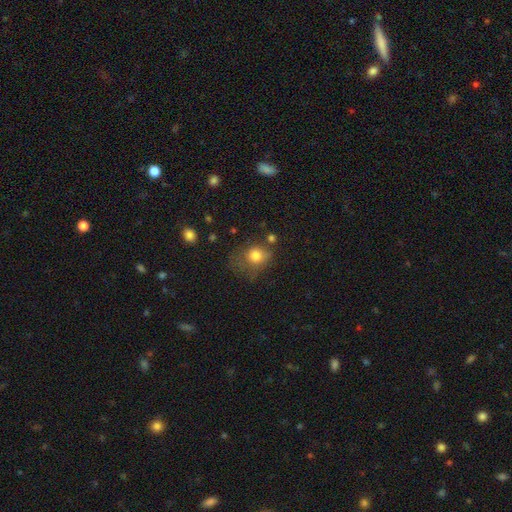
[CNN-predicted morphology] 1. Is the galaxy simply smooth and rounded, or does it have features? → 77% smooth, 12% featured or disk, 11% star or artifact.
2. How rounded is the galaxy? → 62% round, 37% in between, 1% cigar-shaped.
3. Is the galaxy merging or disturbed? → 39% none, 28% minor disturbance, 27% major disturbance, 6% merger.